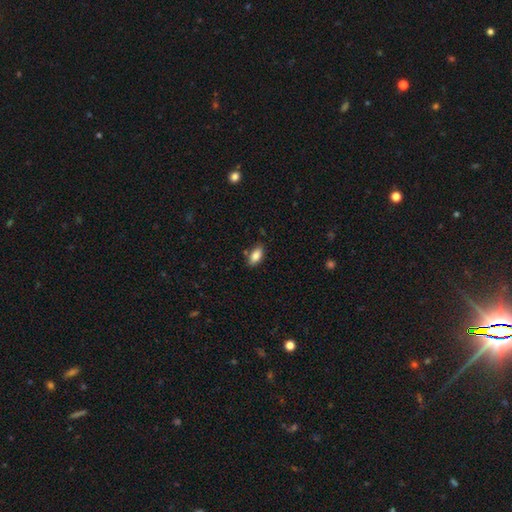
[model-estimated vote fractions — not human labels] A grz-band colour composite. It shows a smooth galaxy with no disk features (86%) that is in between round and cigar-shaped (91%). Merging: none (78%).